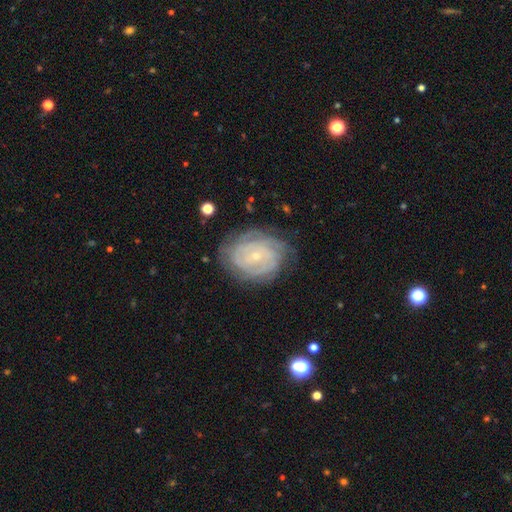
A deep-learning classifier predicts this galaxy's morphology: featured or disk 81%, smooth 12%, star or artifact 7%. Down the decision tree: edge-on disk — no (97%); bar — no (65%); spiral arms — yes (94%); spiral arm count — can't tell (40%); spiral winding — tight (78%); bulge size — small (82%); merging — none (75%).